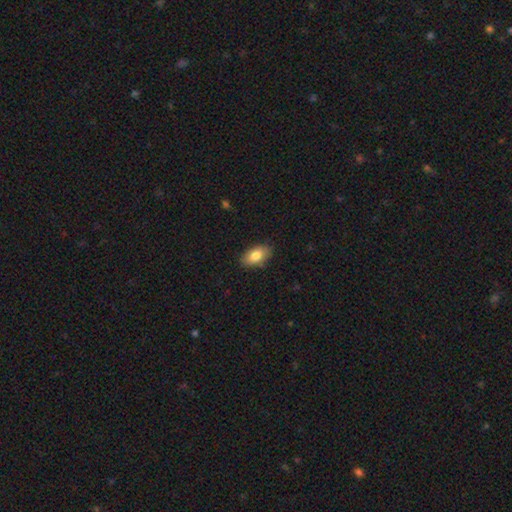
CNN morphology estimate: A smooth galaxy with no disk features (83%) that is in between round and cigar-shaped (92%). Merging: none (85%).